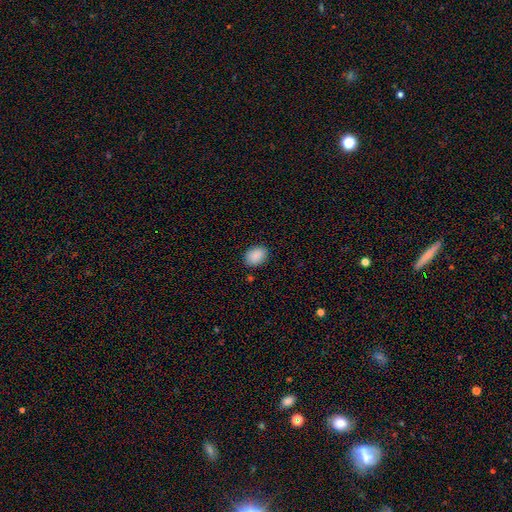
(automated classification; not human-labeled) Smooth or featured?
  - smooth: 90% *
  - star or artifact: 7%
  - featured or disk: 3%
How rounded?
  - in between: 77% *
  - round: 22%
  - cigar-shaped: 1%
Merging?
  - none: 86% *
  - minor disturbance: 10%
  - major disturbance: 2%
  - merger: 1%